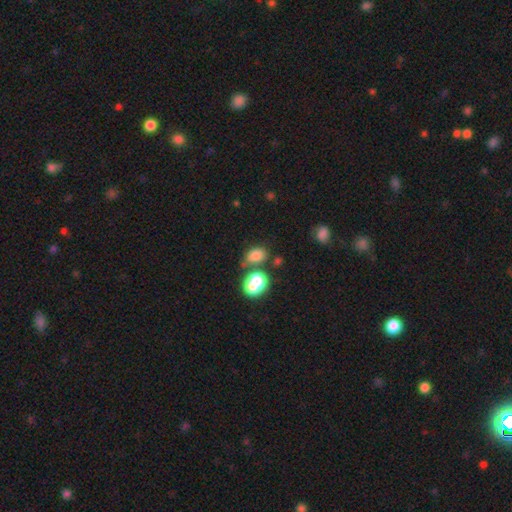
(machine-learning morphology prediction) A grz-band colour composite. It shows a smooth galaxy with no disk features (75%) that is in between round and cigar-shaped (62%). Merging: none (49%).